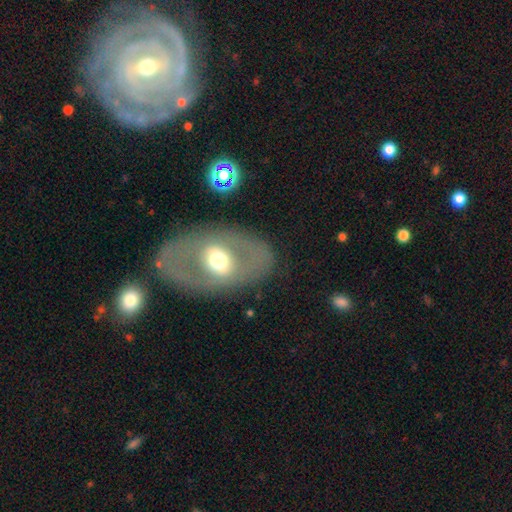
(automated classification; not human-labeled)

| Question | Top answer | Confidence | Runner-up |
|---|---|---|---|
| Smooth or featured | featured or disk | 58% | smooth (34%) |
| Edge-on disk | no | 90% | yes (10%) |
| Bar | no | 52% | weak (31%) |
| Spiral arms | no | 77% | yes (23%) |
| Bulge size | moderate | 70% | large (15%) |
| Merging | none | 79% | minor disturbance (12%) |